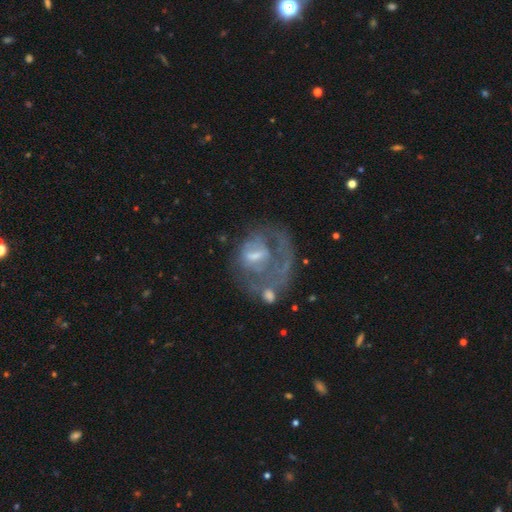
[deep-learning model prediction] featured or disk 68%, smooth 22%, star or artifact 10%. Down the decision tree: edge-on disk — no (97%); bar — weak (44%); spiral arms — no (53%); bulge size — small (38%); merging — major disturbance (44%).